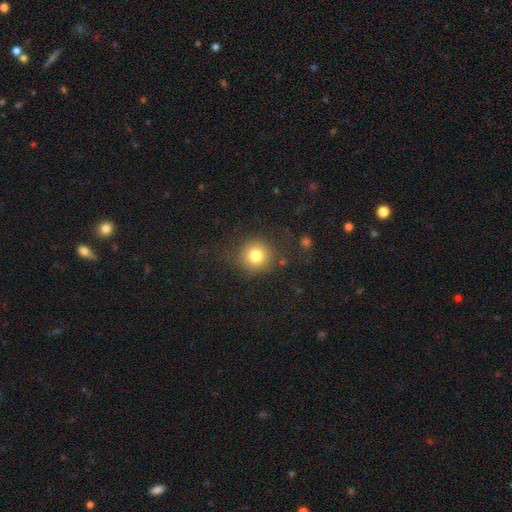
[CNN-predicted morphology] Overall: smooth (79%). How rounded: round (92%). Merging: none (81%).